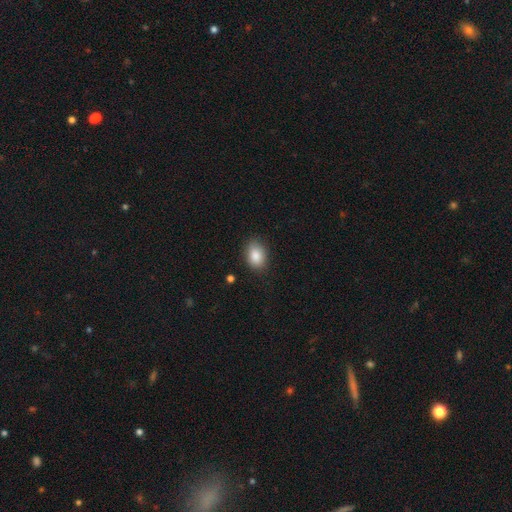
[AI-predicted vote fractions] A smooth galaxy with no disk features (86%) that is in between round and cigar-shaped (81%). Merging: none (82%).